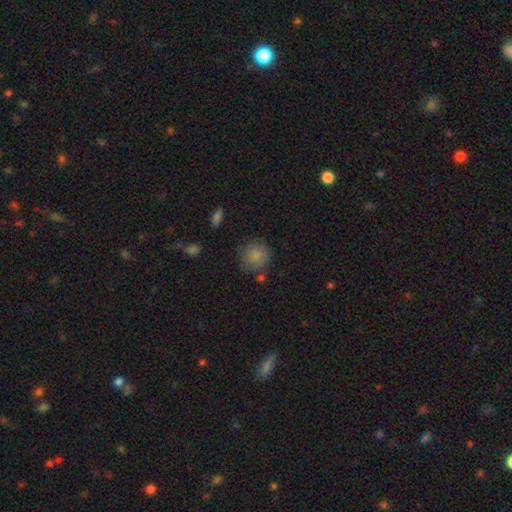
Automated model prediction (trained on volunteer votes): Smooth or featured: smooth — 85% (star or artifact — 8%)
How rounded: round — 90% (in between — 9%)
Merging: none — 78% (minor disturbance — 14%)